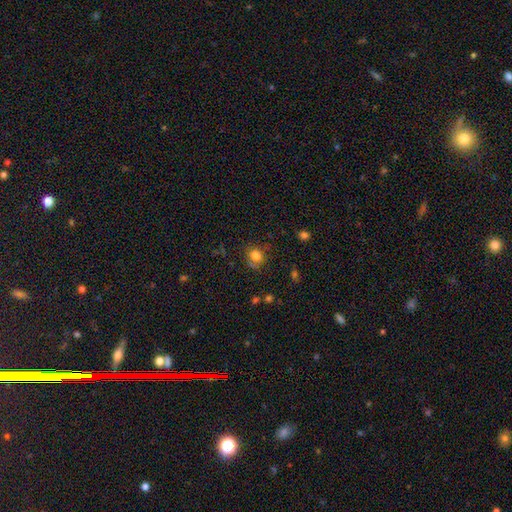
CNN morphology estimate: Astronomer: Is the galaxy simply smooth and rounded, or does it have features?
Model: smooth — 81%.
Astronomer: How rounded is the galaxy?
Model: round — 83%.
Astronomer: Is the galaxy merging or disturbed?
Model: none — 74%.